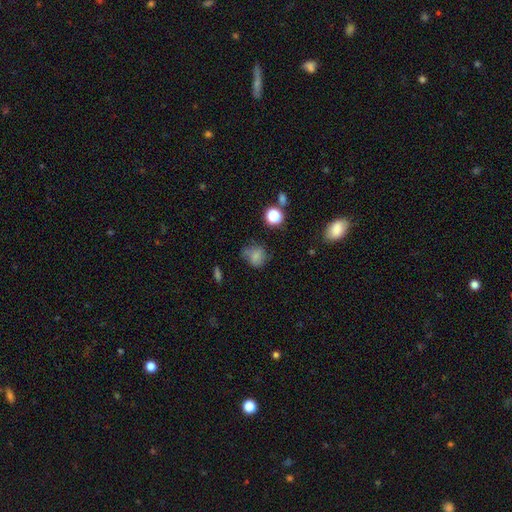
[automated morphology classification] A smooth galaxy with no disk features (75%) that is round (65%). Merging: none (52%).